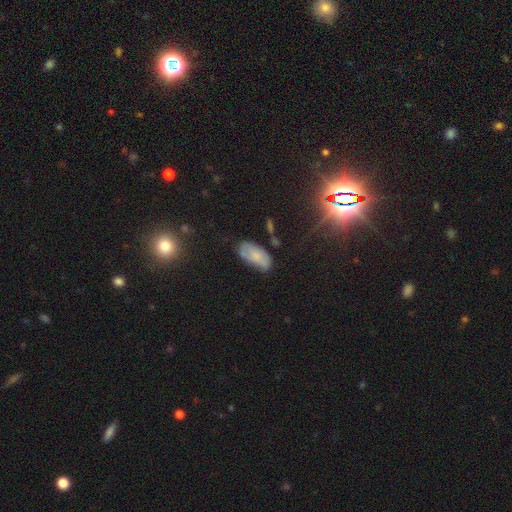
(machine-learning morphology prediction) Q: Smooth or featured?
A: smooth (62%); runner-up: featured or disk (26%)
Q: How rounded?
A: in between (92%); runner-up: cigar-shaped (5%)
Q: Merging?
A: none (59%); runner-up: minor disturbance (29%)